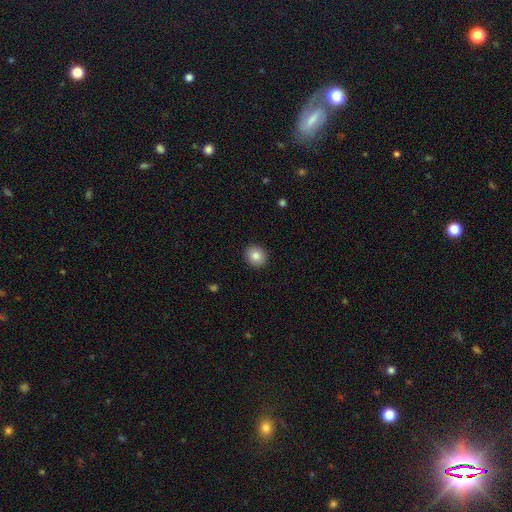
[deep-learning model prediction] smooth 84%, star or artifact 9%, featured or disk 7%. Down the decision tree: how rounded — round (75%); merging — none (91%).